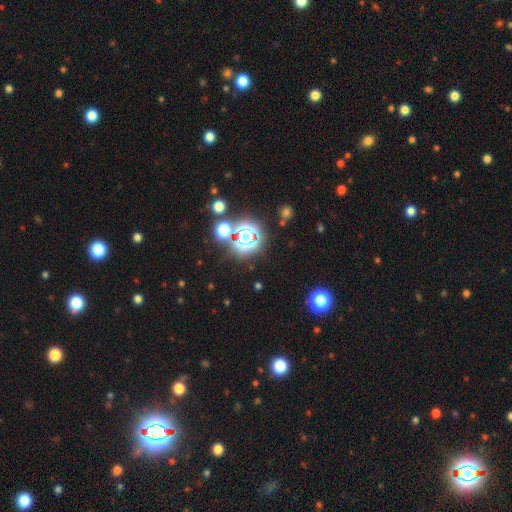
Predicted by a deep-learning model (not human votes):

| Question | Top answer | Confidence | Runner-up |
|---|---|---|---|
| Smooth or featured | star or artifact | 77% | smooth (15%) |